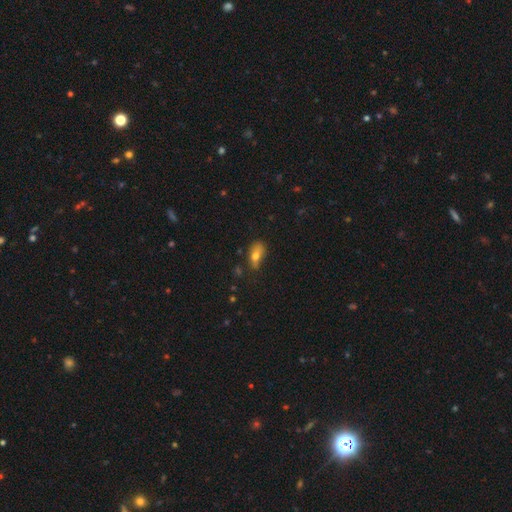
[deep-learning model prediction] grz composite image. It shows a smooth galaxy with no disk features (71%) that is in between round and cigar-shaped (81%). Merging: none (51%).